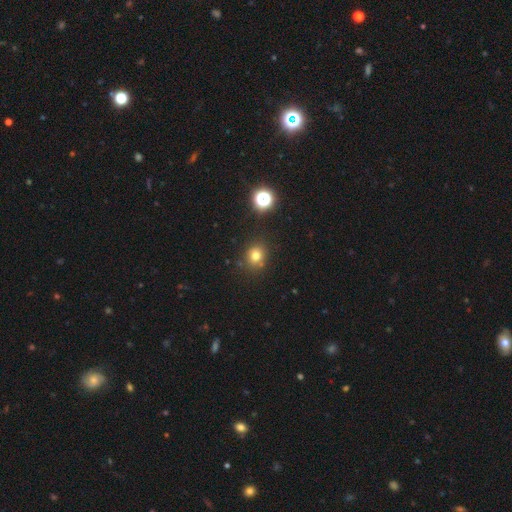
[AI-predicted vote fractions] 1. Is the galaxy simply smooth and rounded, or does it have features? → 74% smooth, 18% star or artifact, 8% featured or disk.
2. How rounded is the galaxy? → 77% round, 22% in between, 1% cigar-shaped.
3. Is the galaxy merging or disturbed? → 81% none, 11% minor disturbance, 5% merger, 3% major disturbance.